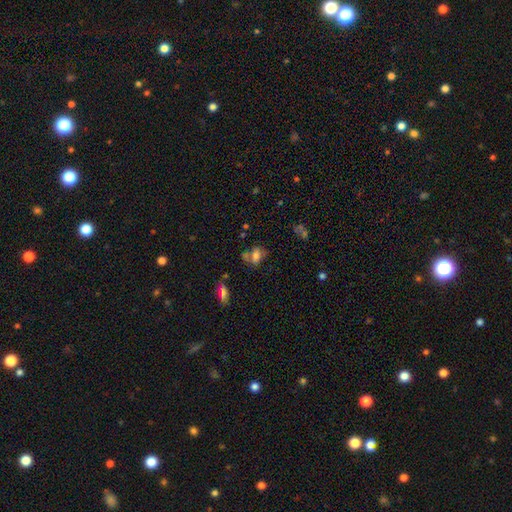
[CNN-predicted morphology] Overall: smooth (66%). How rounded: in between (76%). Merging: none (47%; merger 21%).